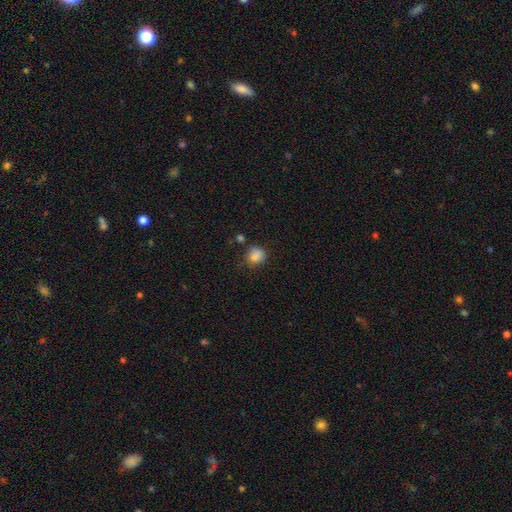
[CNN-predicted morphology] Smooth or featured?
  - smooth: 85% *
  - star or artifact: 10%
  - featured or disk: 4%
How rounded?
  - round: 75% *
  - in between: 24%
  - cigar-shaped: 1%
Merging?
  - none: 68% *
  - minor disturbance: 21%
  - major disturbance: 6%
  - merger: 5%